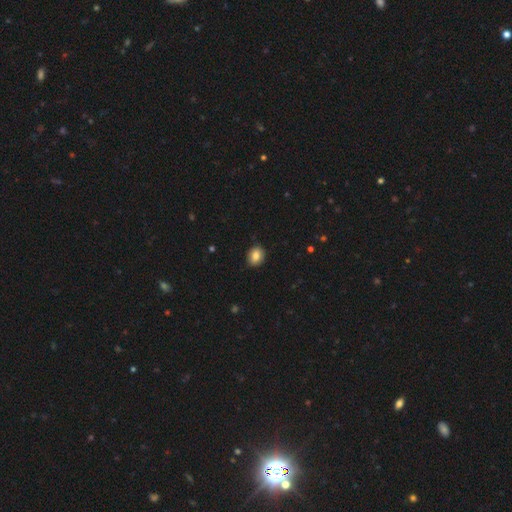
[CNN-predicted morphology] Smooth or featured: smooth — 82% (featured or disk — 9%)
How rounded: round — 55% (in between — 44%)
Merging: none — 87% (minor disturbance — 10%)